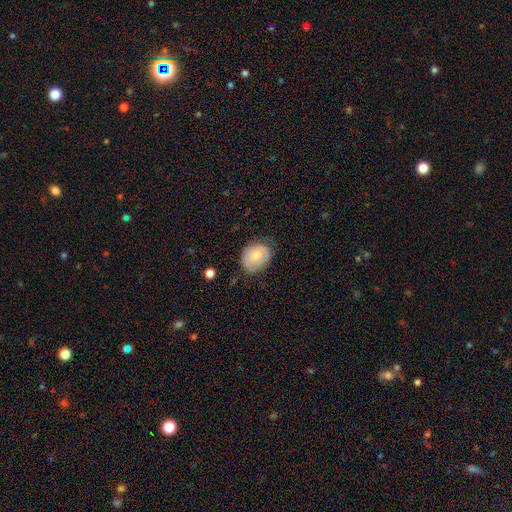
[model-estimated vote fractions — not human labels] The model was most divided on "how rounded": in between: 54%, round: 45%, cigar-shaped: 1%. More confident: smooth or featured — smooth (73%); merging — none (68%).